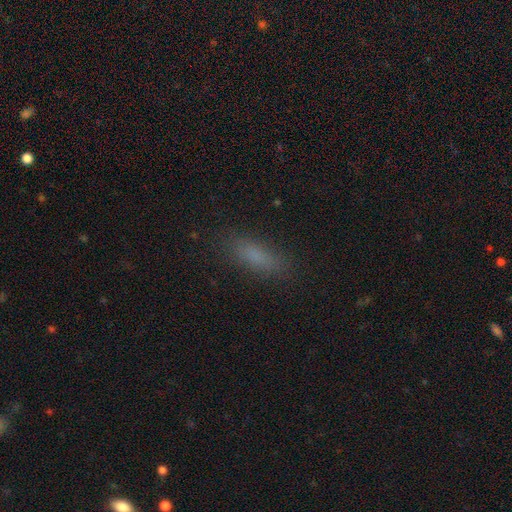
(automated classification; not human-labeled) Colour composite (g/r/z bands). It shows a smooth galaxy with no disk features (78%) that is in between round and cigar-shaped (55%). Merging: none (84%).